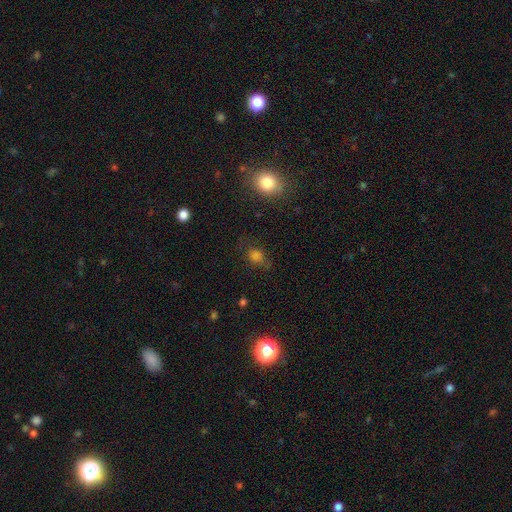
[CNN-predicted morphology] The model was most divided on "how rounded": round: 63%, in between: 35%, cigar-shaped: 2%. More confident: merging — none (63%); smooth or featured — smooth (63%).